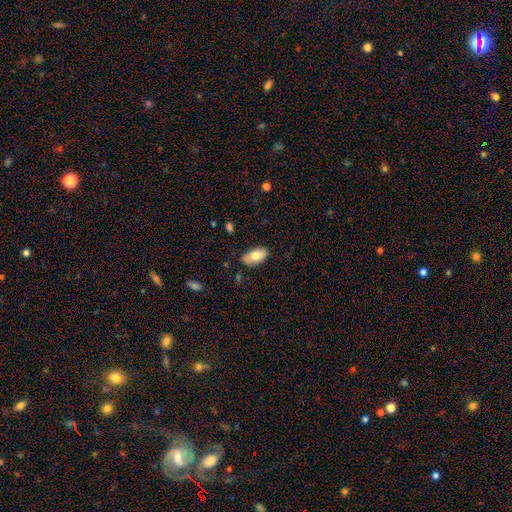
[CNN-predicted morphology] Q: Smooth or featured?
A: smooth (76%); runner-up: featured or disk (18%)
Q: How rounded?
A: in between (94%); runner-up: cigar-shaped (3%)
Q: Merging?
A: none (80%); runner-up: minor disturbance (16%)